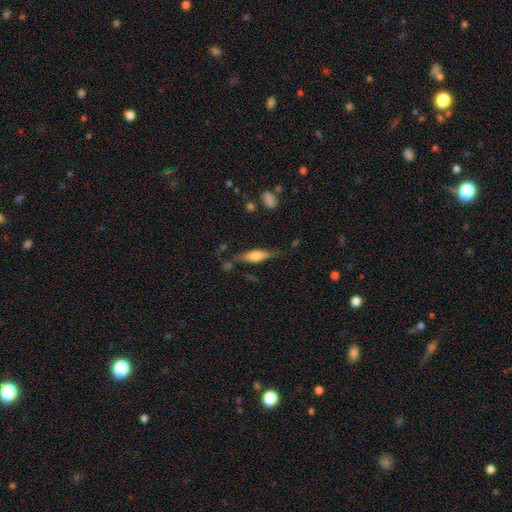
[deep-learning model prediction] Overall: featured or disk (53%; smooth 40%). Edge-on disk: yes (90%). Merging: none (70%).